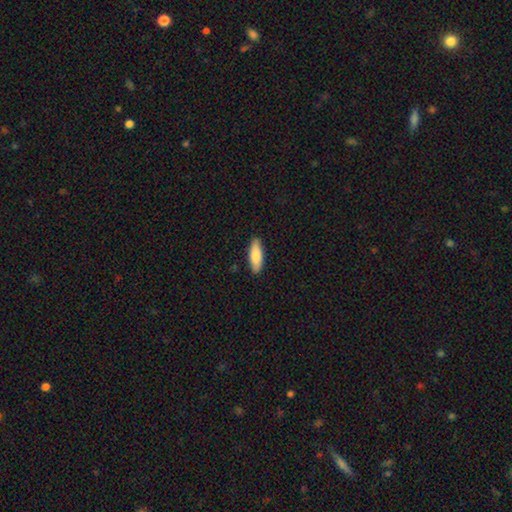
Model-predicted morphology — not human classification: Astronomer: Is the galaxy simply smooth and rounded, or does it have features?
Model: smooth — 85%.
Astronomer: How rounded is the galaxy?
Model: in between — 61% (runner-up: cigar-shaped, 37%).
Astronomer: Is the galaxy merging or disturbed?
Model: none — 89%.